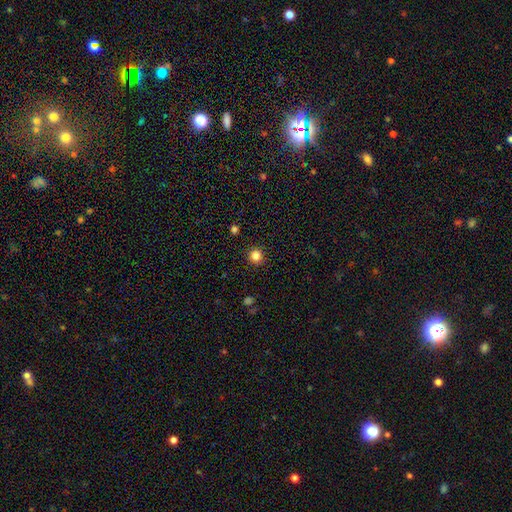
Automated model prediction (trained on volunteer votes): Q: Smooth or featured?
A: smooth (83%); runner-up: star or artifact (13%)
Q: How rounded?
A: round (94%); runner-up: in between (5%)
Q: Merging?
A: none (92%); runner-up: minor disturbance (5%)